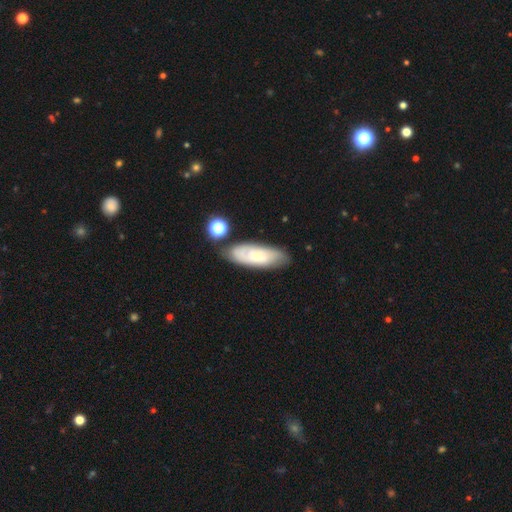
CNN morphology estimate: smooth_or_featured: featured or disk (p=0.50) [alt: smooth p=0.42]
disk_edge_on: no (p=0.84) [alt: yes p=0.16]
merging: none (p=0.71) [alt: minor disturbance p=0.18]